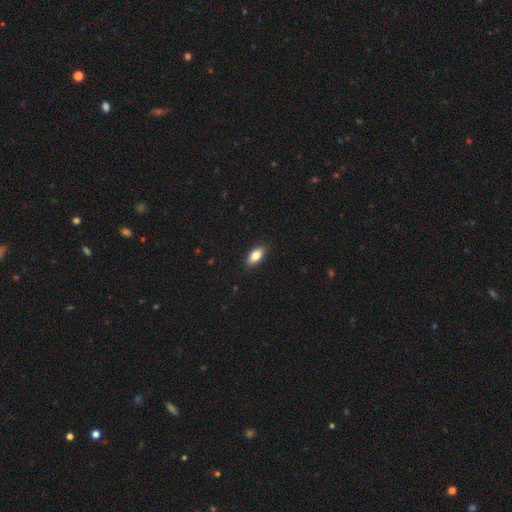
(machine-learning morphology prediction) smooth 82%, featured or disk 11%, star or artifact 7%. Down the decision tree: how rounded — in between (88%); merging — none (88%).